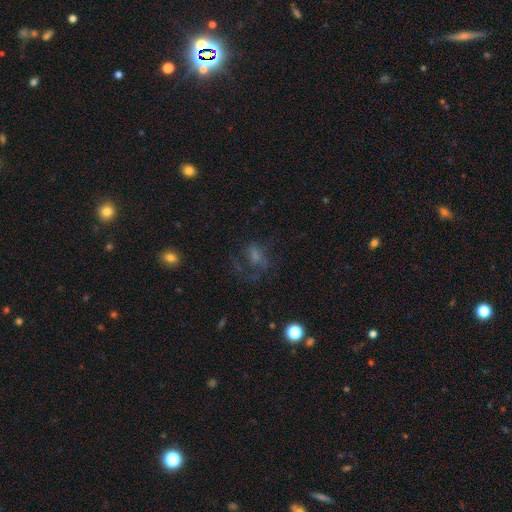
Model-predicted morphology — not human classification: Smooth or featured? Predicted: featured or disk (p=0.47). Merging? Predicted: none (p=0.47).